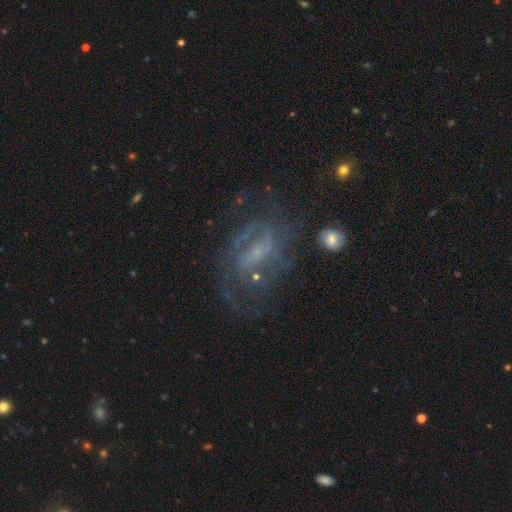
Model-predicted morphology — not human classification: This is likely a featured or disk galaxy (72%). It is clearly not viewed edge-on (95%). Bar: possibly weak (48%). Spiral arm pattern: likely yes (80%). Spiral arm count: marginally 2 (40%). Spiral winding: marginally medium (43%). Central bulge: possibly small (51%). Merging: possibly none (58%).